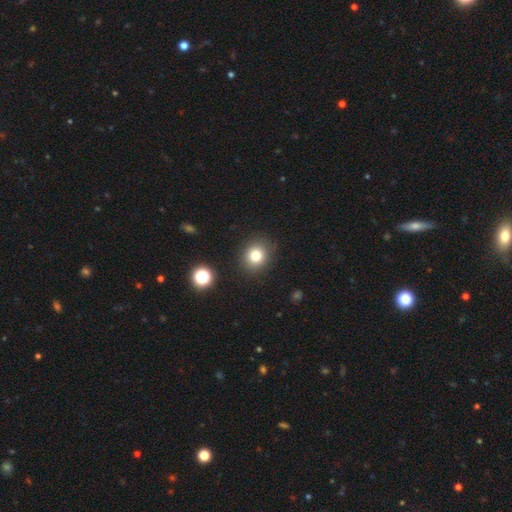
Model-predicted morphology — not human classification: Q: Smooth or featured?
A: smooth (78%); runner-up: star or artifact (13%)
Q: How rounded?
A: round (80%); runner-up: in between (19%)
Q: Merging?
A: none (86%); runner-up: minor disturbance (9%)